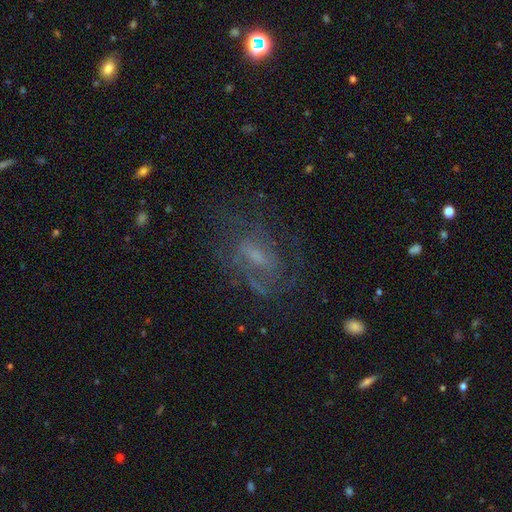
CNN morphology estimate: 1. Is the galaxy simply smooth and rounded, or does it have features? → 68% featured or disk, 19% smooth, 13% star or artifact.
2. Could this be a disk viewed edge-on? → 93% no, 7% yes.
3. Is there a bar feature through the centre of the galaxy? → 49% weak, 29% no, 22% strong.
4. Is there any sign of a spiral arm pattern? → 78% yes, 22% no.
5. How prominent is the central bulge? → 43% small, 33% moderate, 18% none, 5% large, 1% dominant.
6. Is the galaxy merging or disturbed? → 60% none, 19% major disturbance, 19% minor disturbance, 2% merger.